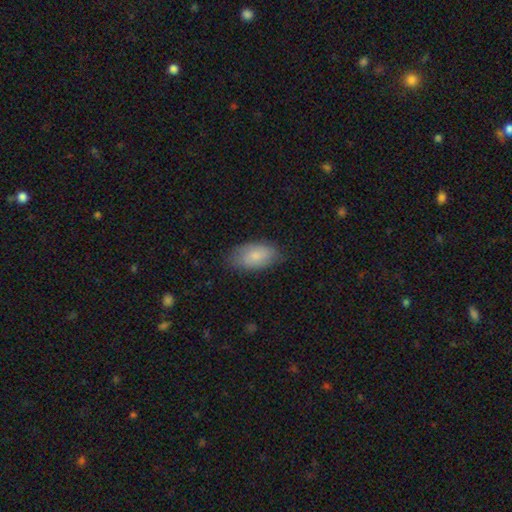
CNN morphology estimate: Overall: smooth (78%). How rounded: in between (94%). Merging: none (74%).